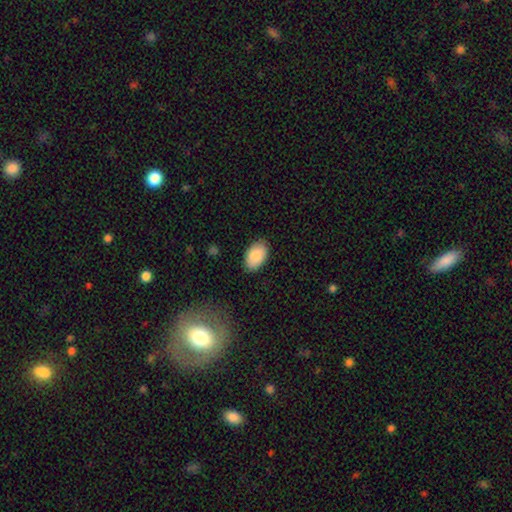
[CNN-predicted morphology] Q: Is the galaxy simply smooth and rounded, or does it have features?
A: smooth — 88%.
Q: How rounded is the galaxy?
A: in between — 93%.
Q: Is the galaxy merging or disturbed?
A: none — 85%.